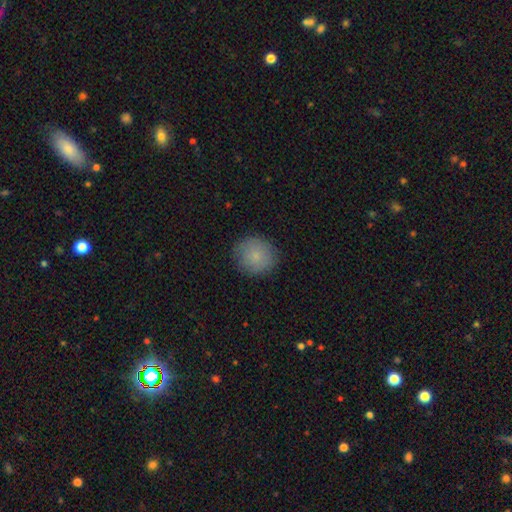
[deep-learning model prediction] This appears to be a smooth galaxy with no disk features (81%) that is round (88%). Merging: none (85%).